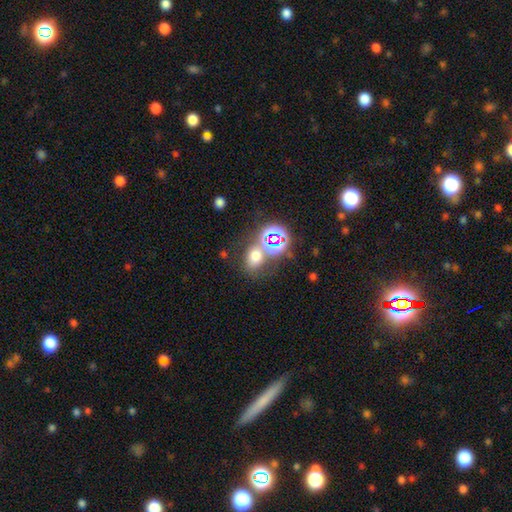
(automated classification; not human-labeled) smooth 59%, star or artifact 31%, featured or disk 10%. Down the decision tree: how rounded — in between (52%); merging — none (57%).